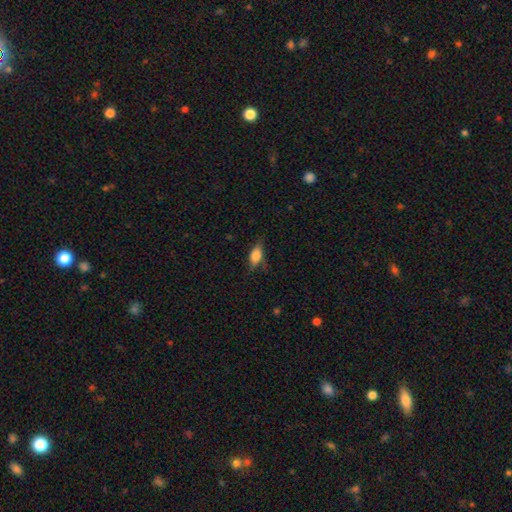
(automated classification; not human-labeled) A smooth galaxy with no disk features (73%) that is in between round and cigar-shaped (80%). Merging: none (63%).